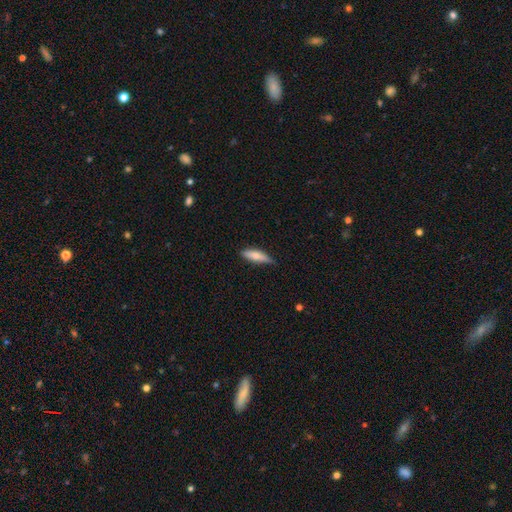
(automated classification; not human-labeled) Overall: smooth (73%). How rounded: cigar-shaped (58%; in between 40%). Merging: none (70%).